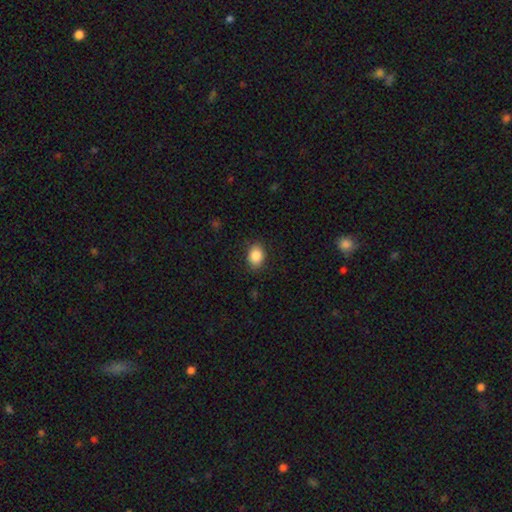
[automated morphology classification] smooth_or_featured: smooth (p=0.87) [alt: star or artifact p=0.08]
how_rounded: in between (p=0.73) [alt: round p=0.26]
merging: none (p=0.86) [alt: minor disturbance p=0.11]